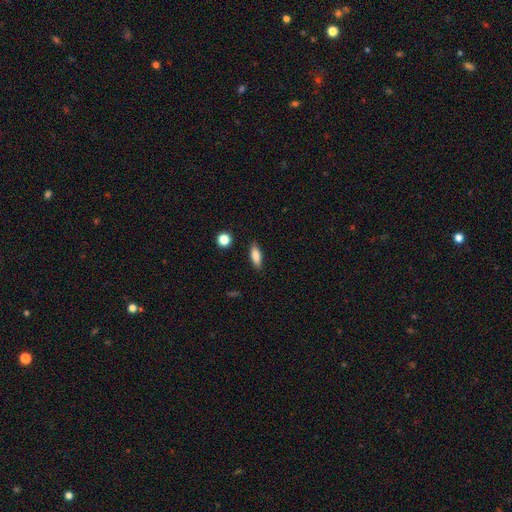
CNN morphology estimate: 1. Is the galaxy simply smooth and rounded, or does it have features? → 82% smooth, 10% featured or disk, 8% star or artifact.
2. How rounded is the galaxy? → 64% in between, 33% cigar-shaped, 3% round.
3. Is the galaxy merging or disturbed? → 86% none, 10% minor disturbance, 2% major disturbance, 2% merger.